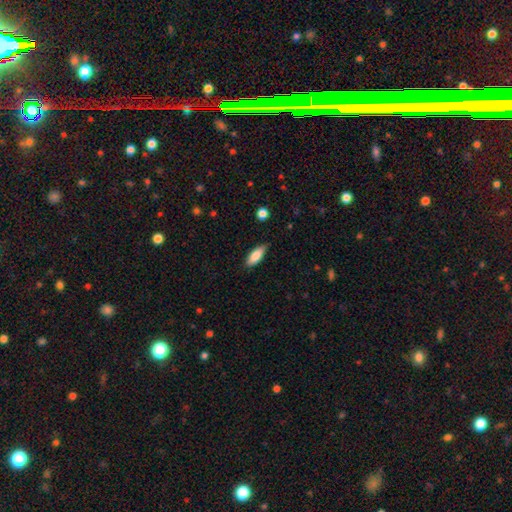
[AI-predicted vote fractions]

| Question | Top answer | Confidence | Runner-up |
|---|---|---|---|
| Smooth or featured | smooth | 84% | featured or disk (10%) |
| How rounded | in between | 69% | cigar-shaped (29%) |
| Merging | none | 81% | minor disturbance (15%) |